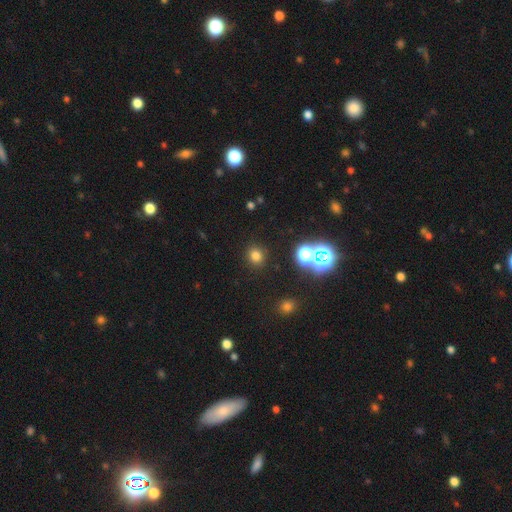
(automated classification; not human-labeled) Smooth or featured? smooth (73%)
How rounded? round (80%)
Merging? none (88%)